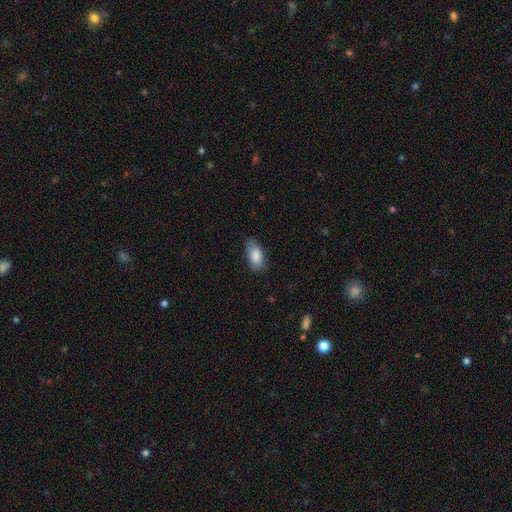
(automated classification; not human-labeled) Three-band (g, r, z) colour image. It shows a smooth galaxy with no disk features (86%) that is in between round and cigar-shaped (90%). Merging: none (75%).